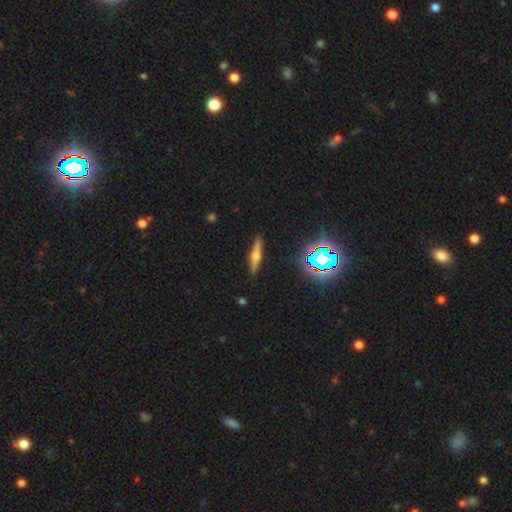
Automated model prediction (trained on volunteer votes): A featured or disk galaxy (57%) viewed edge-on (95%) with a rounded central bulge (91%). Merging: none (90%).